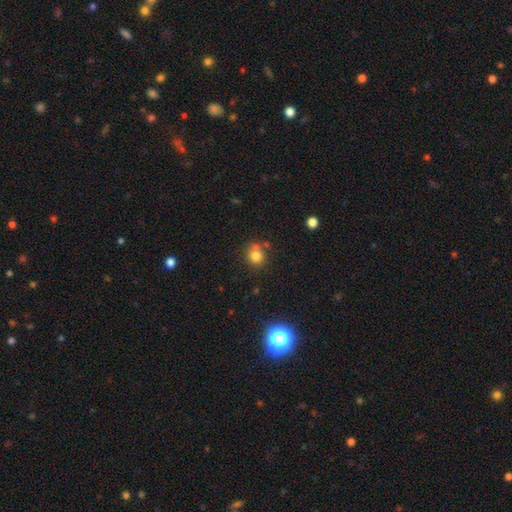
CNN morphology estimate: smooth_or_featured: smooth (p=0.79) [alt: star or artifact p=0.13]
how_rounded: round (p=0.79) [alt: in between p=0.20]
merging: none (p=0.67) [alt: minor disturbance p=0.17]